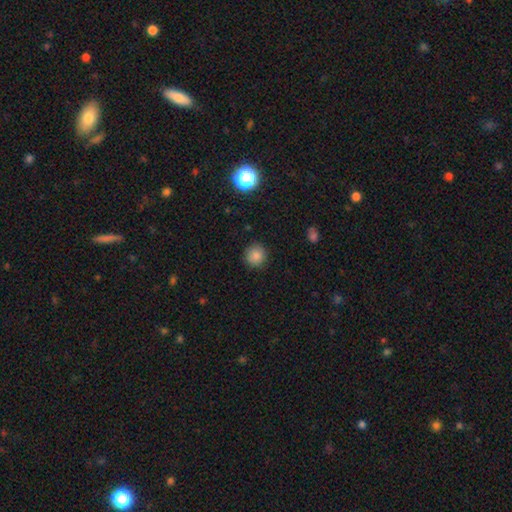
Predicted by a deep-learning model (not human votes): Morphology: type=smooth (84%); roundness=round (92%); merging=none (89%).